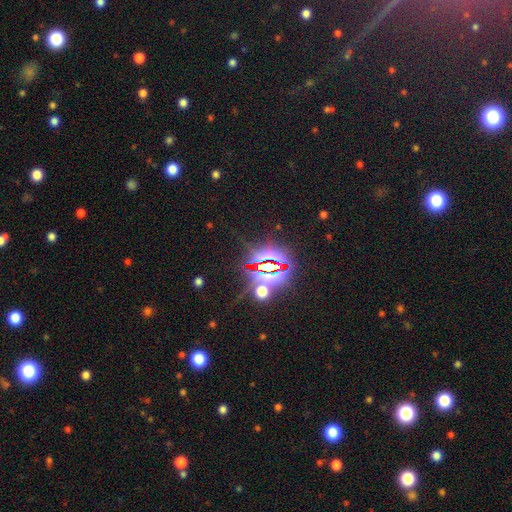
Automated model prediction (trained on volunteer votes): Smooth or featured?
  - star or artifact: 82% *
  - smooth: 10%
  - featured or disk: 8%